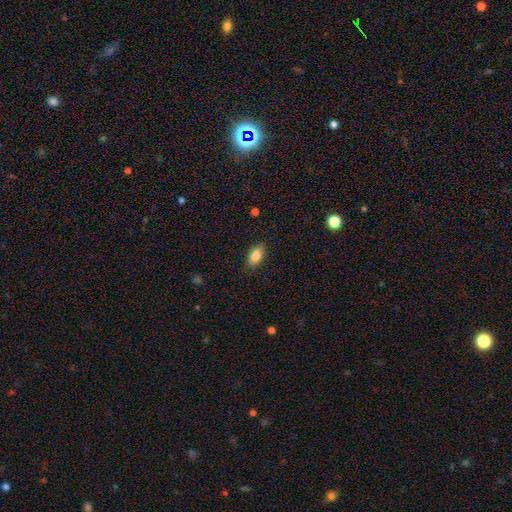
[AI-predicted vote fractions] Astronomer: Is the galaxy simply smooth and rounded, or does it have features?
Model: smooth — 85%.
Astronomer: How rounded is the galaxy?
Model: in between — 91%.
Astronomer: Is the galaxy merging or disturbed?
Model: none — 86%.